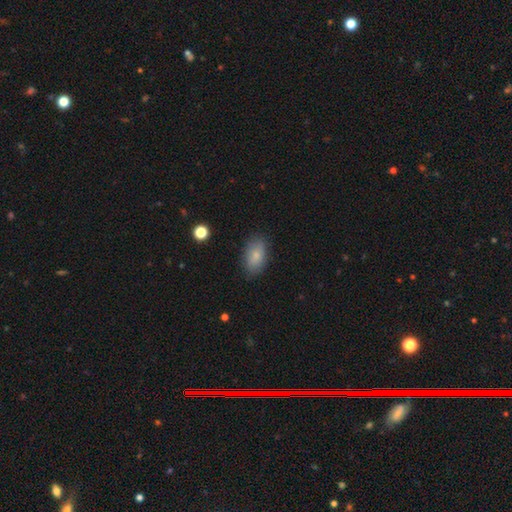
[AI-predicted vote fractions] Smooth or featured? Predicted: smooth (p=0.82). How rounded? Predicted: in between (p=0.91). Merging? Predicted: none (p=0.83).